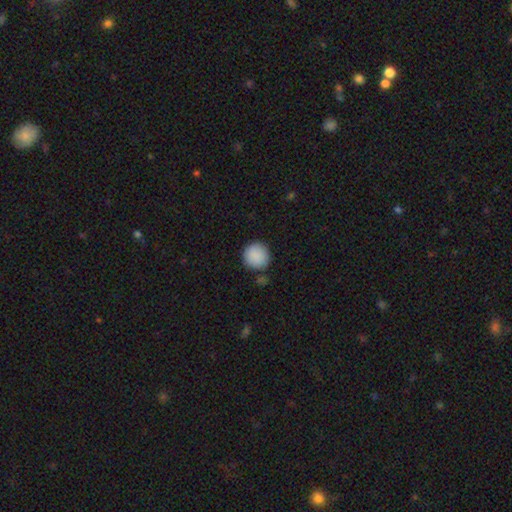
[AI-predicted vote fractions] Smooth or featured? smooth (90%)
How rounded? round (94%)
Merging? none (84%)